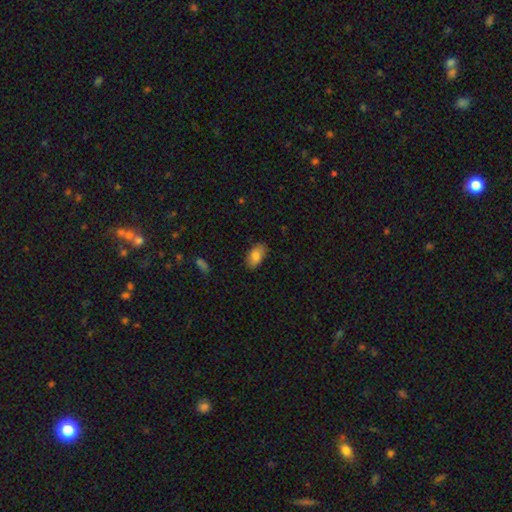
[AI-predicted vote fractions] Q: Smooth or featured?
A: smooth (84%); runner-up: featured or disk (9%)
Q: How rounded?
A: in between (93%); runner-up: round (5%)
Q: Merging?
A: none (83%); runner-up: minor disturbance (13%)